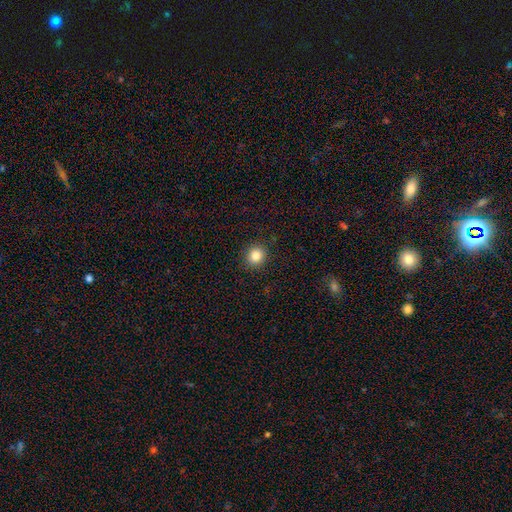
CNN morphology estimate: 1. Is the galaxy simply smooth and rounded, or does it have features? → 84% smooth, 11% star or artifact, 5% featured or disk.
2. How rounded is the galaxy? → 90% round, 9% in between, 1% cigar-shaped.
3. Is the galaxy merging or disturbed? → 92% none, 5% minor disturbance, 2% major disturbance, 1% merger.